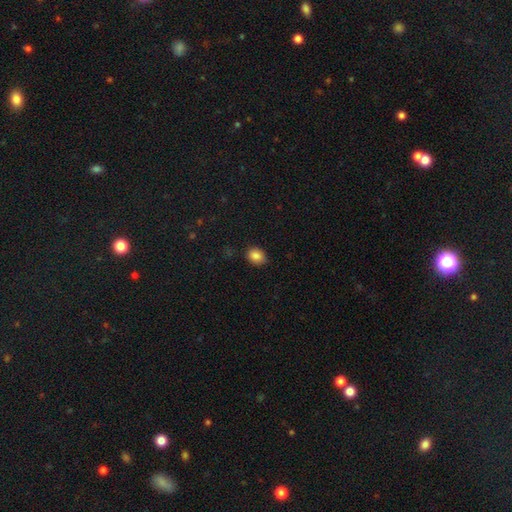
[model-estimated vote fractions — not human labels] Smooth or featured? smooth (86%)
How rounded? in between (59%)
Merging? none (84%)